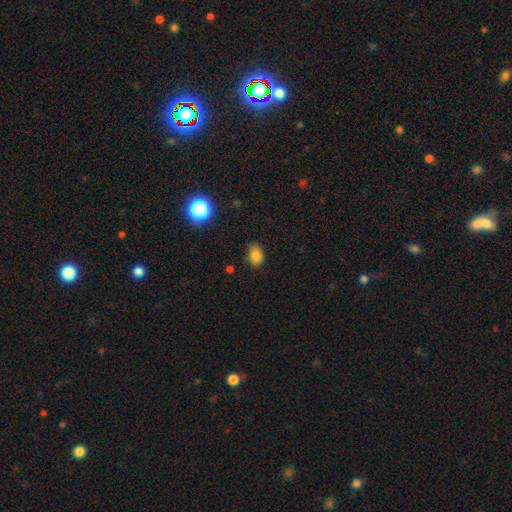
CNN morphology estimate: Smooth or featured? Predicted: smooth (p=0.82). How rounded? Predicted: in between (p=0.78). Merging? Predicted: none (p=0.74).